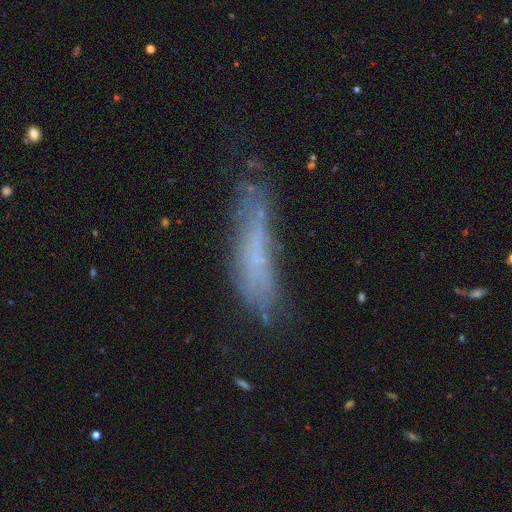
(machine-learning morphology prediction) A smooth galaxy with no disk features (48%).

Vote fractions:
- Smooth or featured? smooth: 48% / featured or disk: 38% / star or artifact: 15%
- Merging? none: 47% / minor disturbance: 27% / major disturbance: 20% / merger: 6%